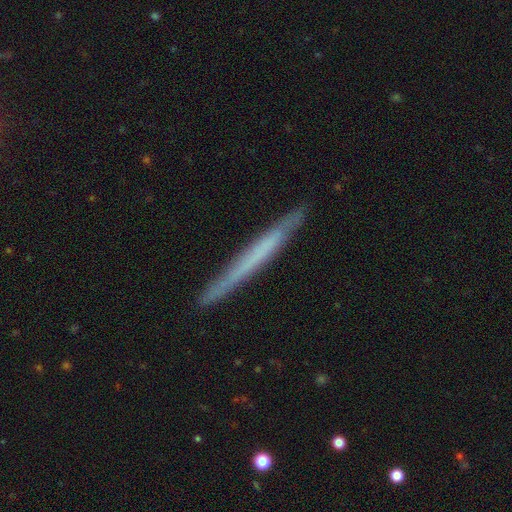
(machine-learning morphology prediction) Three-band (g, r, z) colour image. It shows a featured or disk galaxy (48%). Merging: none (88%).